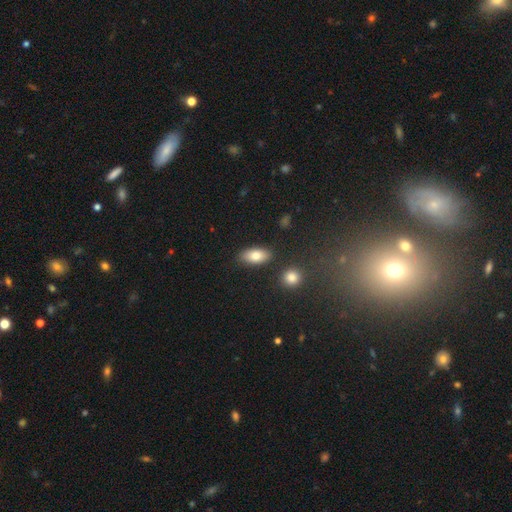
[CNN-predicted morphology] A smooth galaxy with no disk features (81%) that is in between round and cigar-shaped (90%). Merging: none (83%).